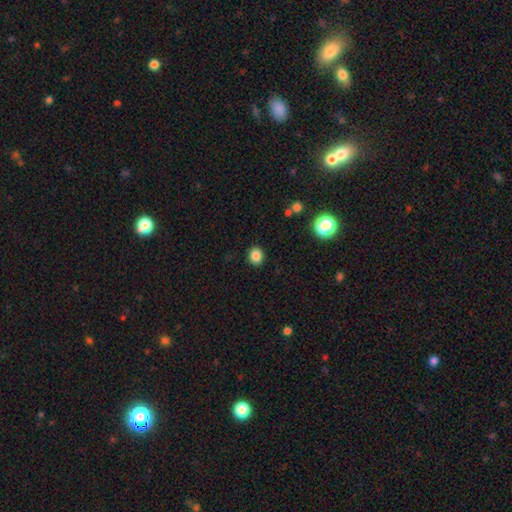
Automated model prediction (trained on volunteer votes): Smooth or featured? smooth (85%)
How rounded? round (73%)
Merging? none (90%)